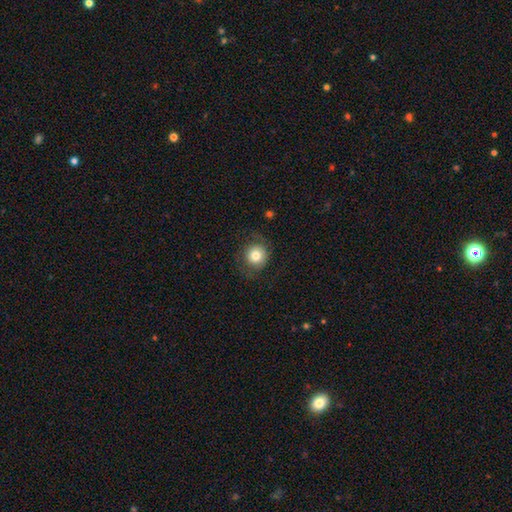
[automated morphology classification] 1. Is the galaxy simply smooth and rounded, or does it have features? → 76% smooth, 15% featured or disk, 9% star or artifact.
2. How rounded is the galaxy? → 90% round, 9% in between, 1% cigar-shaped.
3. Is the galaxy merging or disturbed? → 76% none, 15% minor disturbance, 8% major disturbance, 1% merger.